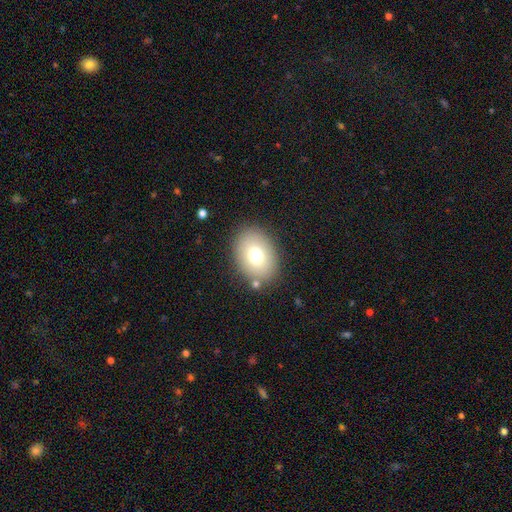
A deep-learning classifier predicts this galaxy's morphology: A smooth galaxy with no disk features (74%) that is in between round and cigar-shaped (69%).

Vote fractions:
- Smooth or featured? smooth: 74% / featured or disk: 16% / star or artifact: 10%
- How rounded? in between: 69% / round: 30% / cigar-shaped: 1%
- Merging? none: 83% / minor disturbance: 10% / merger: 4% / major disturbance: 3%